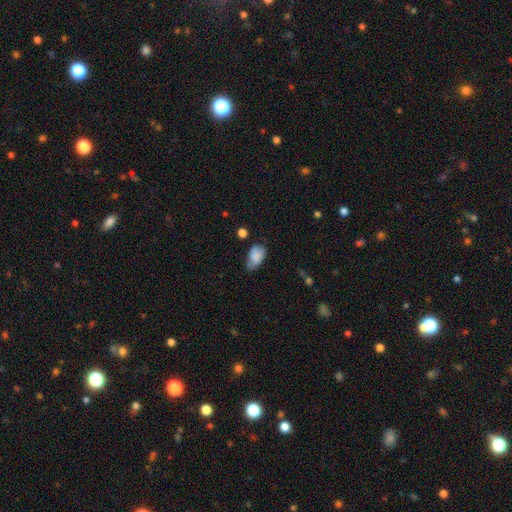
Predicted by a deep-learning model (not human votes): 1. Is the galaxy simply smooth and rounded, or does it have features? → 78% smooth, 13% featured or disk, 8% star or artifact.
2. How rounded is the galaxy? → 88% in between, 11% round, 1% cigar-shaped.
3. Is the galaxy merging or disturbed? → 43% none, 39% minor disturbance, 13% major disturbance, 4% merger.